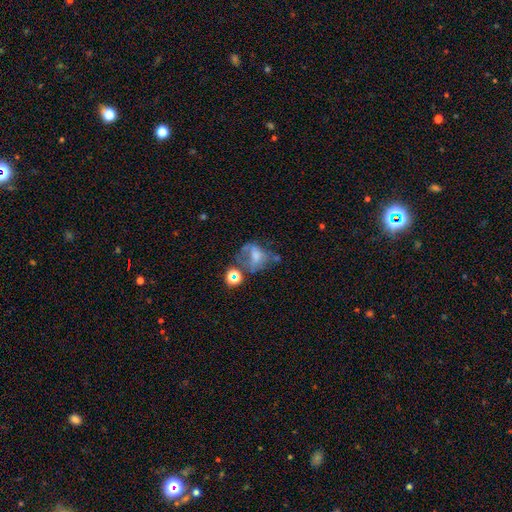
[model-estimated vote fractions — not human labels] This appears to be a smooth galaxy with no disk features (45%). Merging: major disturbance (34%).